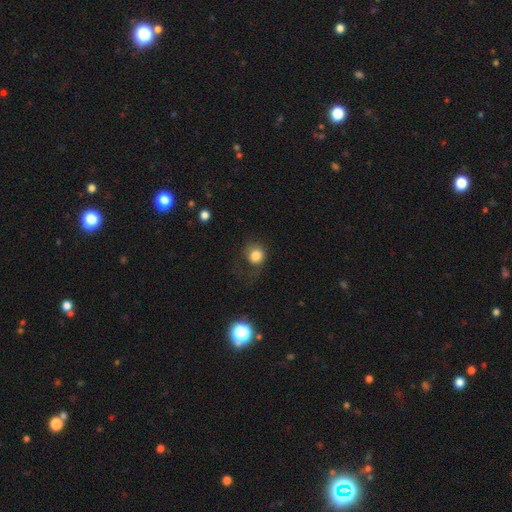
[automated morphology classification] smooth 80%, star or artifact 11%, featured or disk 9%. Down the decision tree: how rounded — round (82%); merging — none (48%).